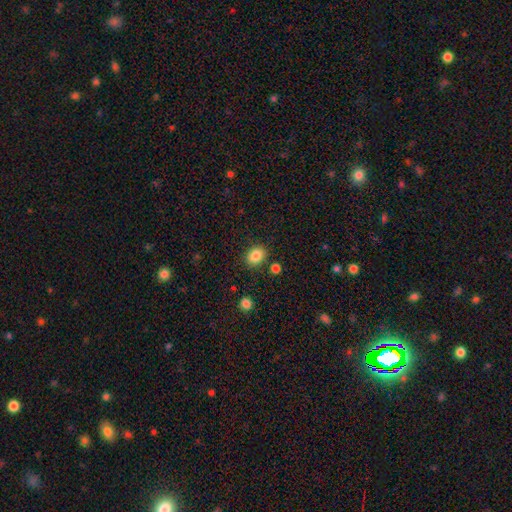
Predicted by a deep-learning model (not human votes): Overall: smooth (85%). How rounded: in between (56%; round 43%). Merging: none (83%).